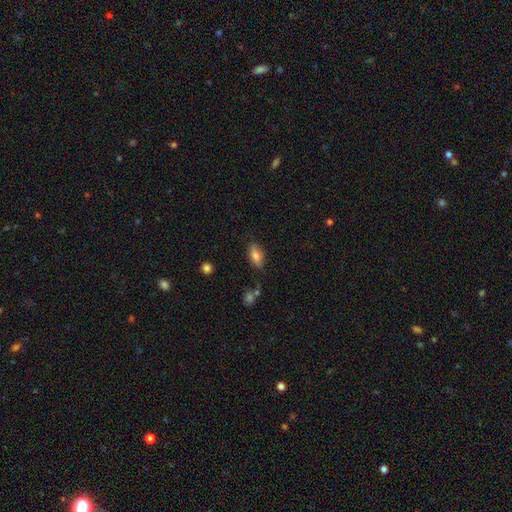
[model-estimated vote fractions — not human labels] Q: Smooth or featured?
A: smooth (80%); runner-up: featured or disk (12%)
Q: How rounded?
A: in between (86%); runner-up: cigar-shaped (10%)
Q: Merging?
A: none (79%); runner-up: minor disturbance (16%)